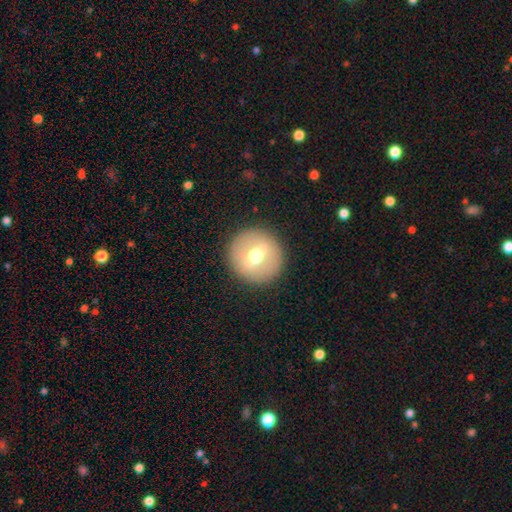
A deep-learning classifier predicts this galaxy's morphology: A featured or disk galaxy (51%). Merging: none (90%).